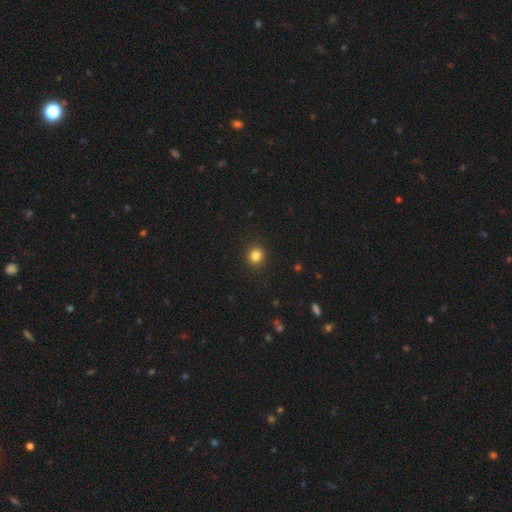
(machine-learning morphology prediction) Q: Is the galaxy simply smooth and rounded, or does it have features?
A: smooth — 83%.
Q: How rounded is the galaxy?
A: round — 86%.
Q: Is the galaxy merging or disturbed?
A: none — 92%.